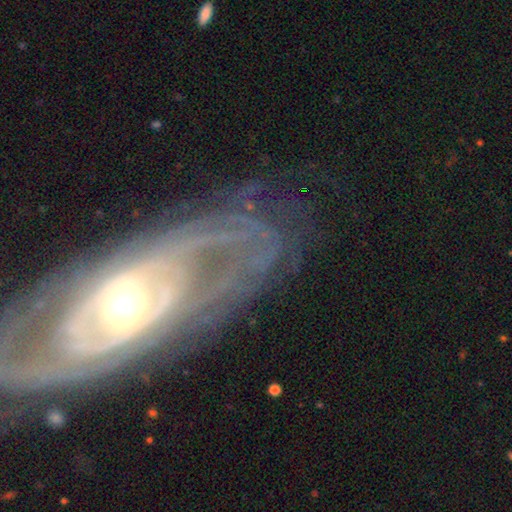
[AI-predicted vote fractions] A featured or disk galaxy (85%) with no bar (64%), tight (65%) spiral arms (79%) and a moderate central bulge (65%). Merging: none (74%).